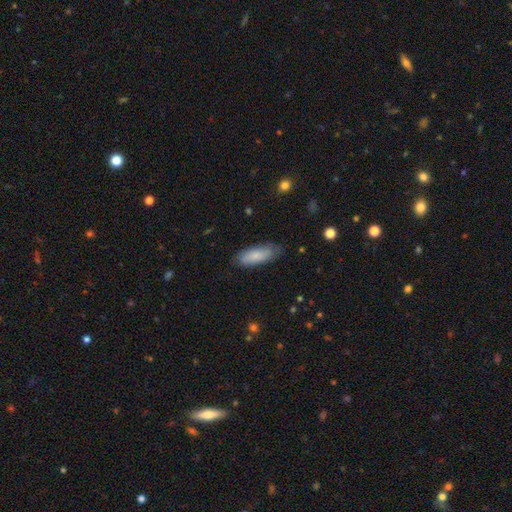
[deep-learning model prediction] smooth-or-featured: smooth: 80% | featured or disk: 14% | star or artifact: 6%
  how-rounded: in between: 66% | cigar-shaped: 32% | round: 2%
  merging: none: 76% | minor disturbance: 19% | major disturbance: 4% | merger: 1%